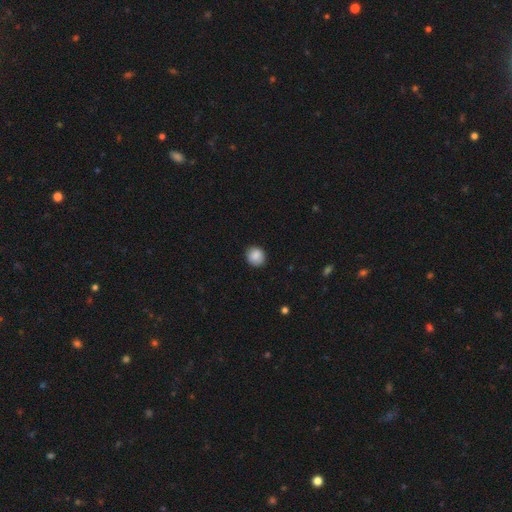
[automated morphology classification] Smooth or featured? Predicted: smooth (p=0.88). How rounded? Predicted: round (p=0.82). Merging? Predicted: none (p=0.87).